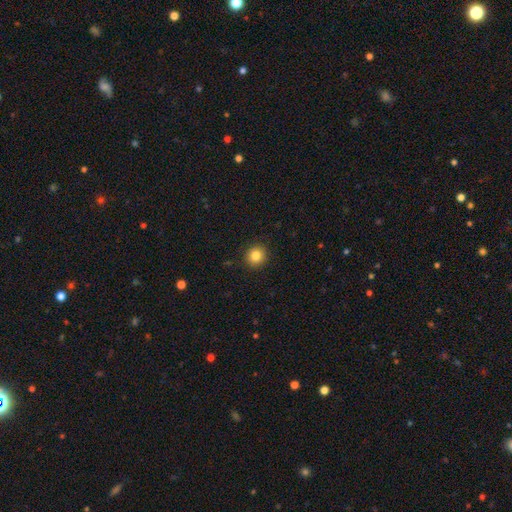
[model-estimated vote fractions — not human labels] Q: Smooth or featured?
A: smooth (84%); runner-up: star or artifact (11%)
Q: How rounded?
A: round (91%); runner-up: in between (8%)
Q: Merging?
A: none (92%); runner-up: minor disturbance (5%)